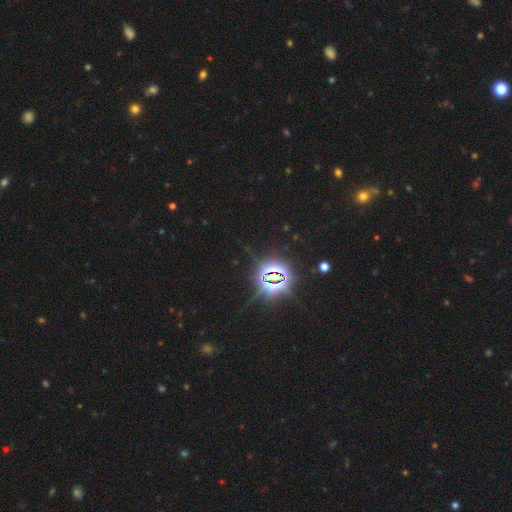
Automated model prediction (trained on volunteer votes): A star or artifact, not a galaxy (85%).